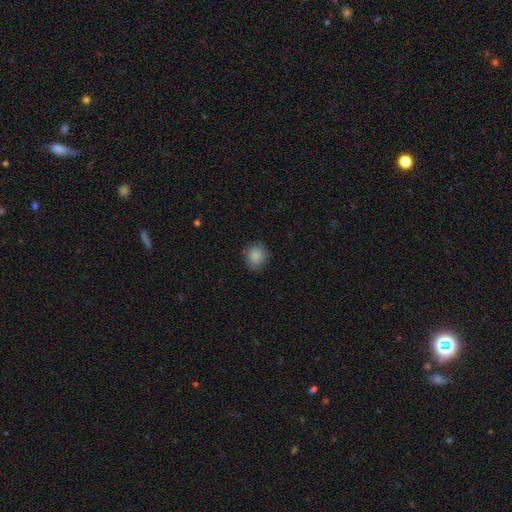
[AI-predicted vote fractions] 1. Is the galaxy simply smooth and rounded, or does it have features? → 86% smooth, 8% star or artifact, 5% featured or disk.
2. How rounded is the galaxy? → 81% round, 18% in between, 1% cigar-shaped.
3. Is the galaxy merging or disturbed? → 82% none, 14% minor disturbance, 3% major disturbance, 1% merger.